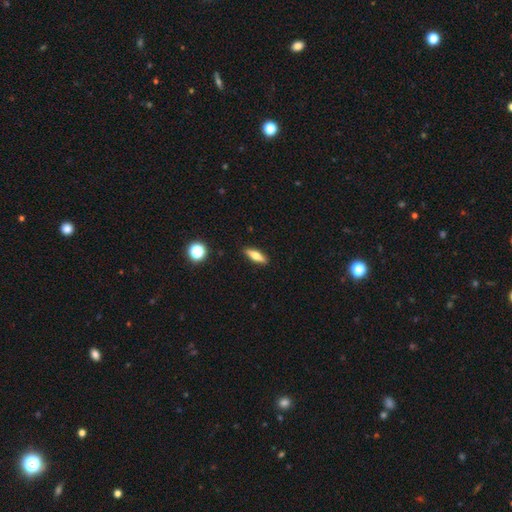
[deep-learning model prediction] The model was most divided on "how rounded": cigar-shaped: 55%, in between: 42%, round: 3%. More confident: merging — none (89%); smooth or featured — smooth (60%).